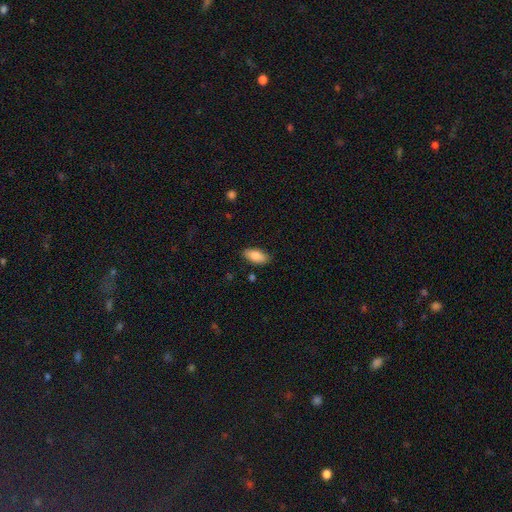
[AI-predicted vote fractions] This appears to be a smooth galaxy with no disk features (86%) that is in between round and cigar-shaped (89%). Merging: none (85%).